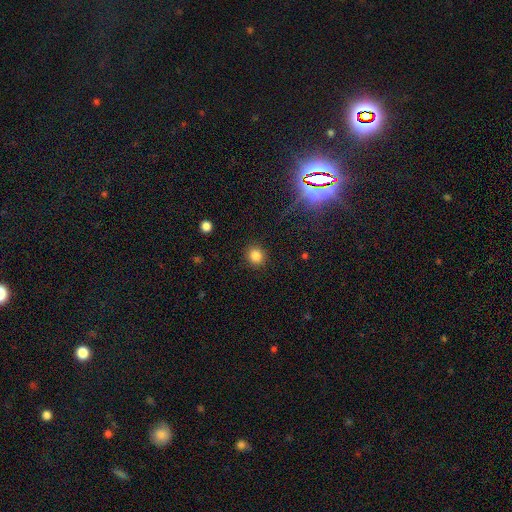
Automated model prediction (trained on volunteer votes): Overall: smooth (84%). How rounded: round (87%). Merging: none (90%).